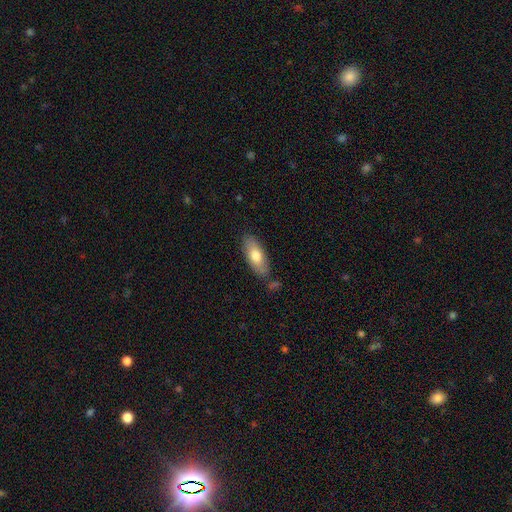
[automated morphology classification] Smooth or featured: smooth — 72% (featured or disk — 22%)
How rounded: in between — 80% (cigar-shaped — 18%)
Merging: none — 78% (minor disturbance — 15%)